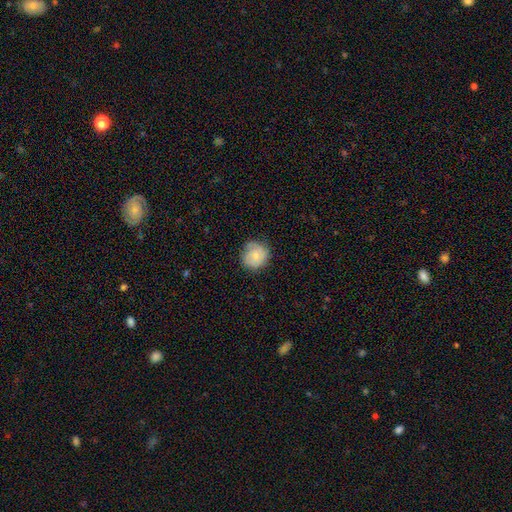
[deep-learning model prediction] Morphology: type=smooth (69%); roundness=round (85%); merging=none (70%).